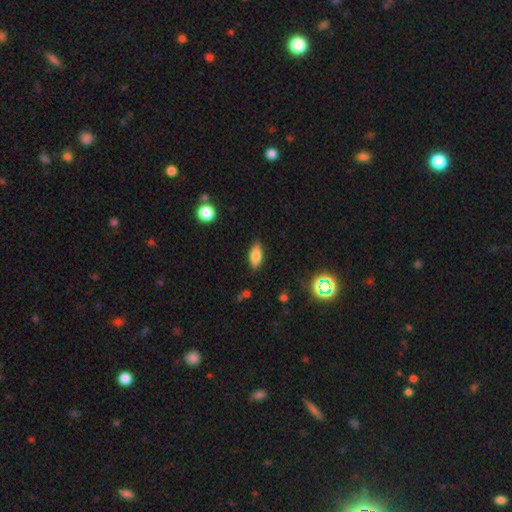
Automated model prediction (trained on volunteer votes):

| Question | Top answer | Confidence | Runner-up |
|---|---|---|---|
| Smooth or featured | smooth | 73% | featured or disk (18%) |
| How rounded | in between | 78% | cigar-shaped (18%) |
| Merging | none | 85% | minor disturbance (11%) |